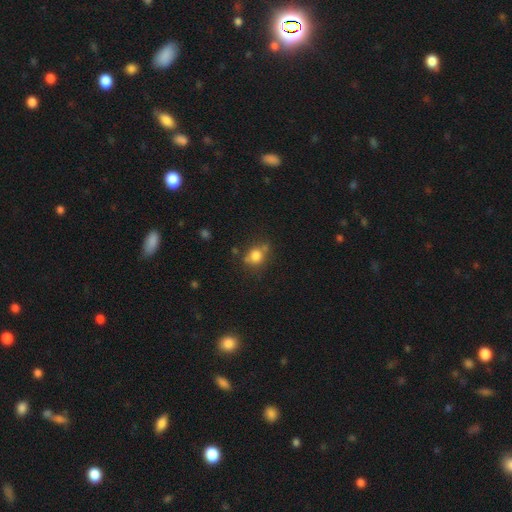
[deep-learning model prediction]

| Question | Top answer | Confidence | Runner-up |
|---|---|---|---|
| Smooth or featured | smooth | 77% | star or artifact (12%) |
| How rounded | round | 68% | in between (31%) |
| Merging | none | 58% | minor disturbance (21%) |